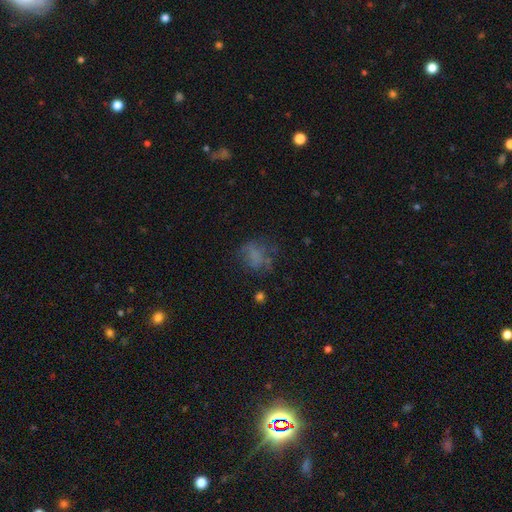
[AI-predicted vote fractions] Q: Smooth or featured?
A: smooth (55%); runner-up: featured or disk (27%)
Q: How rounded?
A: round (55%); runner-up: in between (43%)
Q: Merging?
A: none (49%); runner-up: major disturbance (26%)